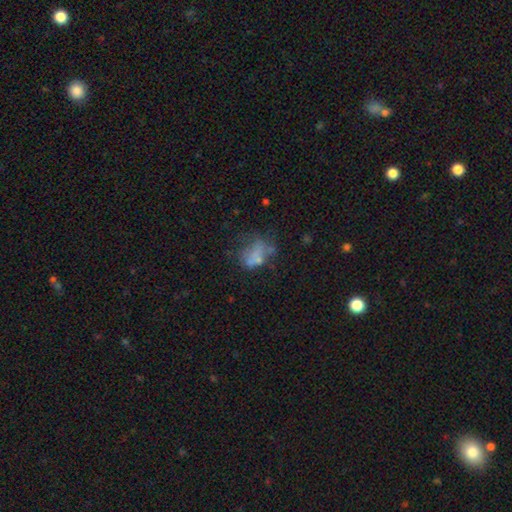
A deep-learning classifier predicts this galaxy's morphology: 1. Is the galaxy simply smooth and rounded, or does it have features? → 45% smooth, 38% featured or disk, 17% star or artifact.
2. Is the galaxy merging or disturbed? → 33% none, 29% major disturbance, 20% minor disturbance, 18% merger.